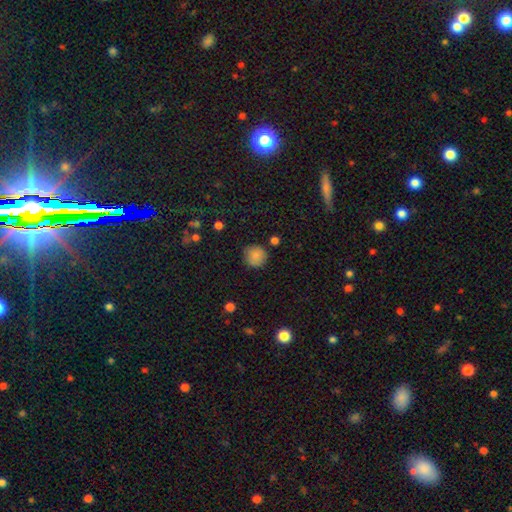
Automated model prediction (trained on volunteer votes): Overall: smooth (85%). How rounded: round (92%). Merging: none (84%).